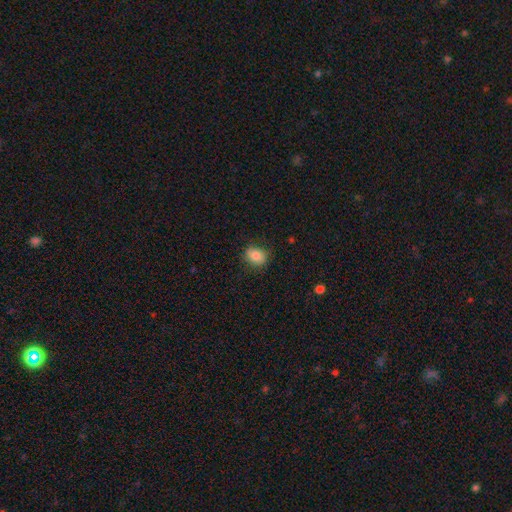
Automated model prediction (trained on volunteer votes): This is clearly a smooth galaxy (85%). How rounded: likely in between (62%). Merging: clearly none (82%).